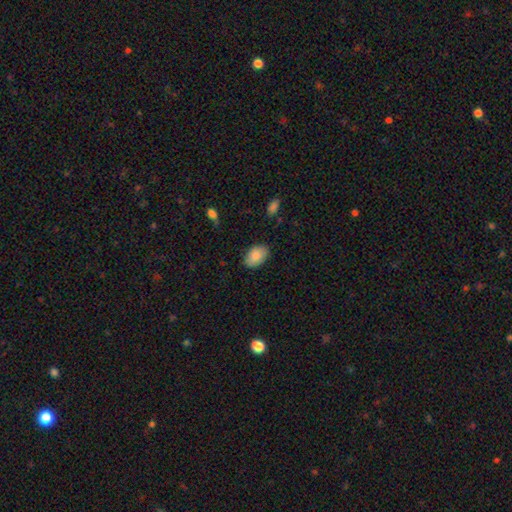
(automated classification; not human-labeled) smooth 86%, featured or disk 7%, star or artifact 7%. Down the decision tree: how rounded — in between (90%); merging — none (82%).